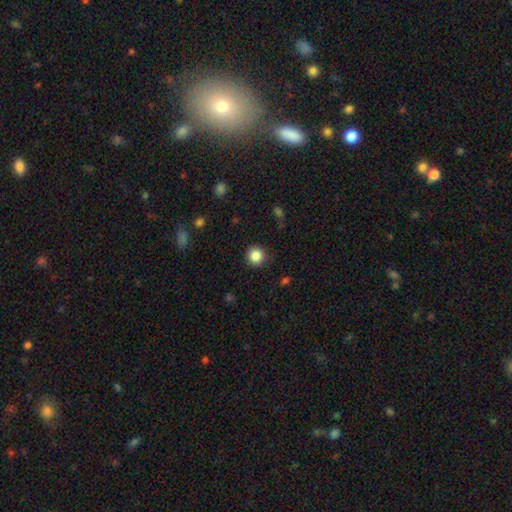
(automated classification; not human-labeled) smooth_or_featured: smooth (p=0.86) [alt: star or artifact p=0.10]
how_rounded: round (p=0.94) [alt: in between p=0.05]
merging: none (p=0.90) [alt: minor disturbance p=0.07]